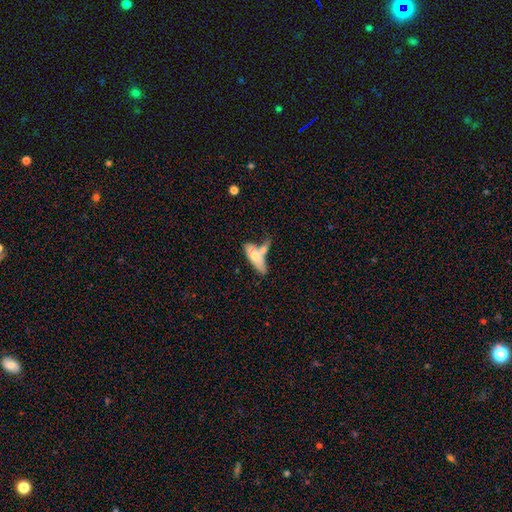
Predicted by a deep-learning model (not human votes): Smooth or featured? Predicted: smooth (p=0.61). How rounded? Predicted: in between (p=0.56). Merging? Predicted: merger (p=0.46).